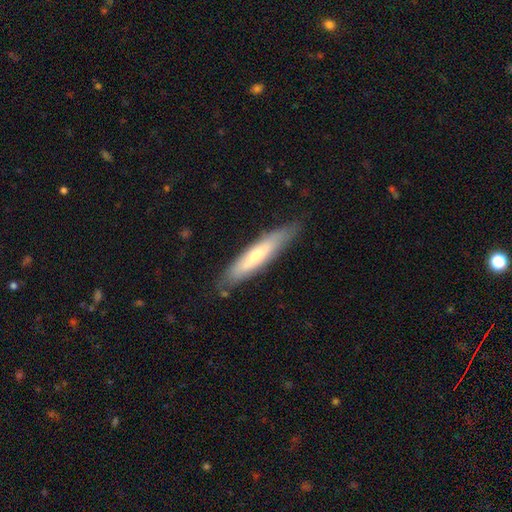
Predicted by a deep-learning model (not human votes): Q: Smooth or featured?
A: smooth (49%); runner-up: featured or disk (44%)
Q: Merging?
A: none (83%); runner-up: minor disturbance (14%)